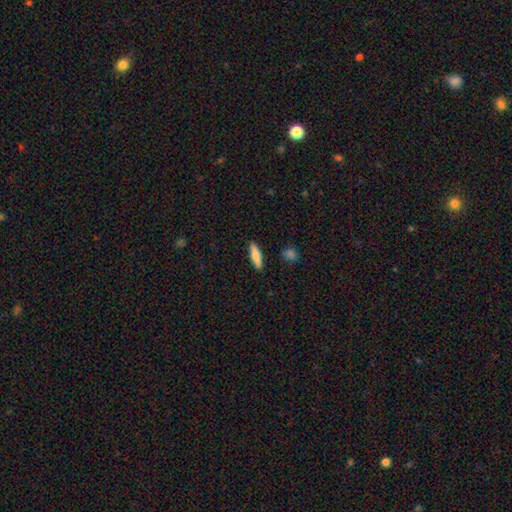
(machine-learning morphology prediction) A smooth galaxy with no disk features (75%) that is cigar-shaped (70%).

Vote fractions:
- Smooth or featured? smooth: 75% / featured or disk: 19% / star or artifact: 6%
- How rounded? cigar-shaped: 70% / in between: 28% / round: 2%
- Merging? none: 89% / minor disturbance: 7% / major disturbance: 2% / merger: 1%